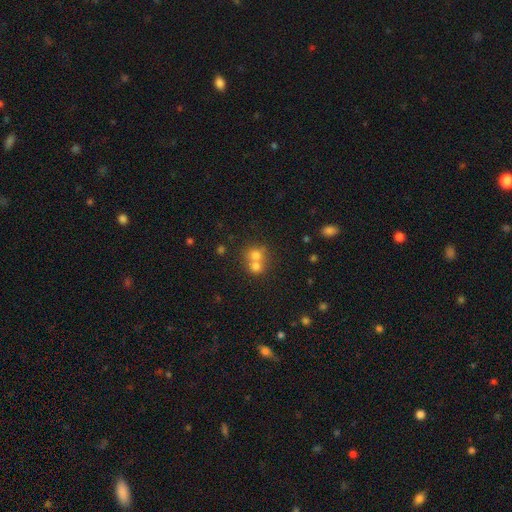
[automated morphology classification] smooth 72%, featured or disk 15%, star or artifact 13%. Down the decision tree: how rounded — round (80%); merging — merger (61%).